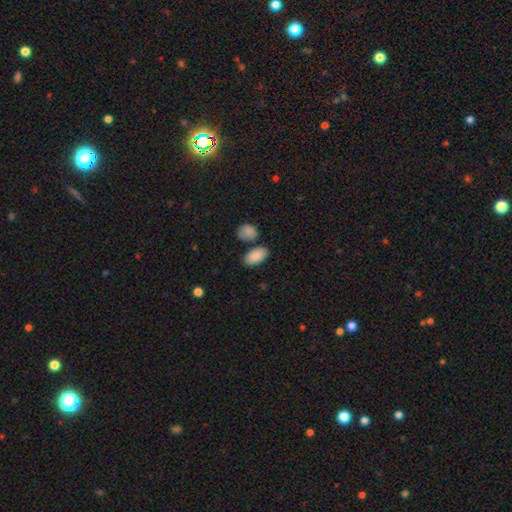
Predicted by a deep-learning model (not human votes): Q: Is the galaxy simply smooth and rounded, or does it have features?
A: smooth — 89%.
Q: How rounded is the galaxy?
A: in between — 94%.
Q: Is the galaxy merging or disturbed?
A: none — 73%.